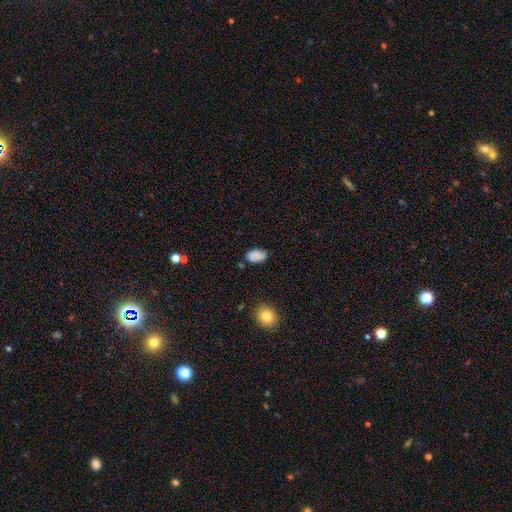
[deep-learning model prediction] A smooth galaxy with no disk features (83%) that is in between round and cigar-shaped (92%). Merging: none (73%).